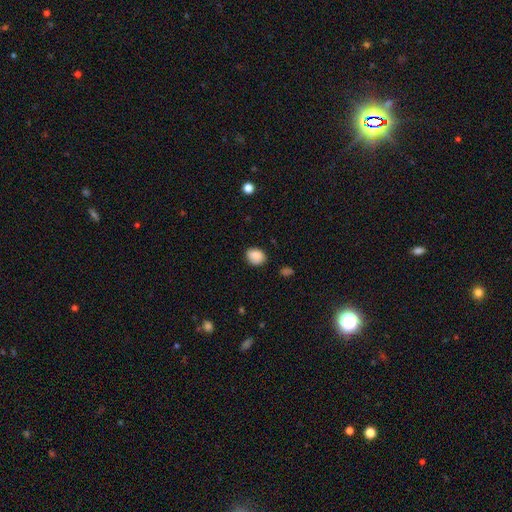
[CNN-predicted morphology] A smooth galaxy with no disk features (86%) that is round (51%). Merging: none (78%).